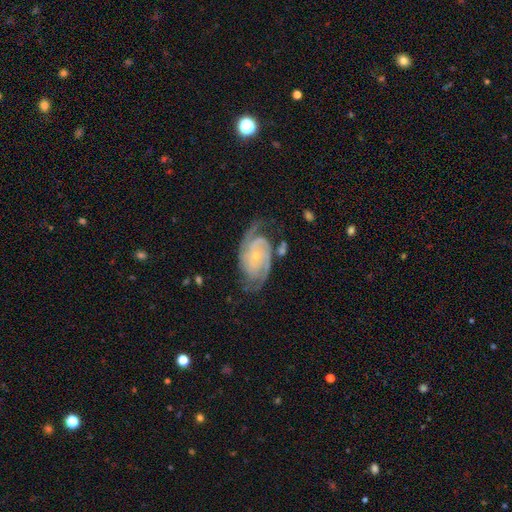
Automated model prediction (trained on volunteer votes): Overall: featured or disk (89%). Edge-on disk: no (97%). Bar: no (72%). Spiral arms: yes (98%). Spiral arm count: 2 (71%). Spiral winding: tight (57%; medium 35%). Bulge size: small (77%). Merging: none (70%).